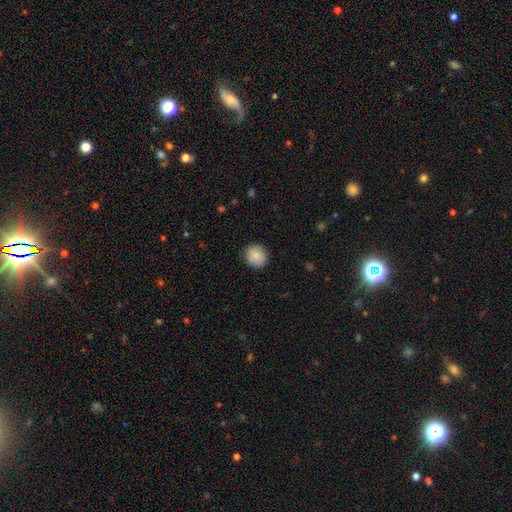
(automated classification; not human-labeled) A smooth galaxy with no disk features (86%) that is round (86%).

Vote fractions:
- Smooth or featured? smooth: 86% / star or artifact: 7% / featured or disk: 7%
- How rounded? round: 86% / in between: 13% / cigar-shaped: 1%
- Merging? none: 88% / minor disturbance: 9% / major disturbance: 2% / merger: 1%